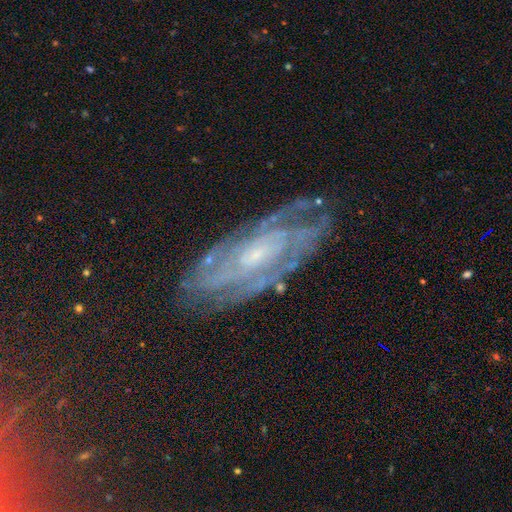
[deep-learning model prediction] Smooth or featured?
  - featured or disk: 69% *
  - star or artifact: 19%
  - smooth: 11%
Edge-on disk?
  - no: 87% *
  - yes: 13%
Bar?
  - no: 59% *
  - weak: 31%
  - strong: 10%
Spiral arms?
  - yes: 93% *
  - no: 7%
Spiral winding?
  - tight: 67% *
  - medium: 25%
  - loose: 8%
Spiral arm count?
  - can't tell: 41% *
  - 2: 17%
  - 3: 13%
  - 4: 11%
  - more than 4: 10%
  - 1: 9%
Bulge size?
  - small: 71% *
  - moderate: 22%
  - none: 4%
  - large: 2%
  - dominant: 1%
Merging?
  - none: 79% *
  - minor disturbance: 14%
  - major disturbance: 5%
  - merger: 2%